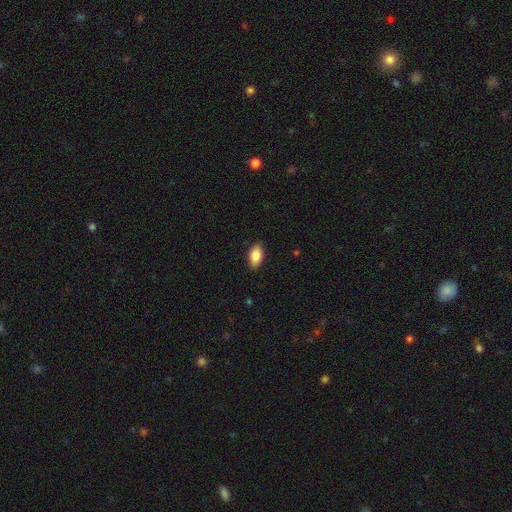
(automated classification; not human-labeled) Morphology: type=smooth (84%); roundness=in between (92%); merging=none (88%).